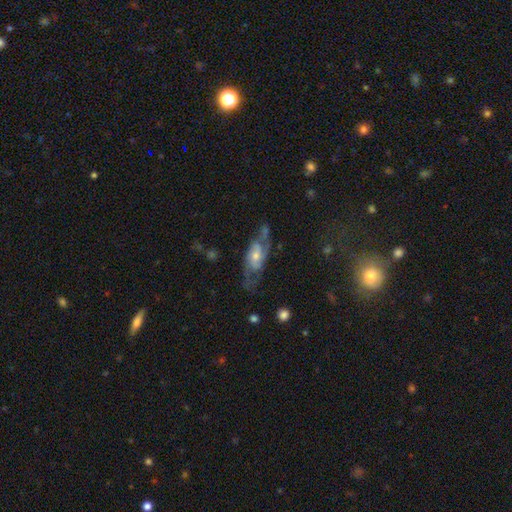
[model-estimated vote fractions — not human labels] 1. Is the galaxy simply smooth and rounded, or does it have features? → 76% featured or disk, 16% smooth, 8% star or artifact.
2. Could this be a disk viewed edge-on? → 89% no, 11% yes.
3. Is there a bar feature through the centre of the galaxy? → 50% no, 40% weak, 10% strong.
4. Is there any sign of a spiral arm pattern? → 90% yes, 10% no.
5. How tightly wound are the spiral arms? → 48% medium, 27% tight, 25% loose.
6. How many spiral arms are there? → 73% 2, 16% can't tell, 5% 3, 3% 1, 2% 4, 2% more than 4.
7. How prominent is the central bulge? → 53% moderate, 37% small, 6% large, 3% none, 1% dominant.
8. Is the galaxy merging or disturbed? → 63% none, 21% minor disturbance, 14% major disturbance, 3% merger.